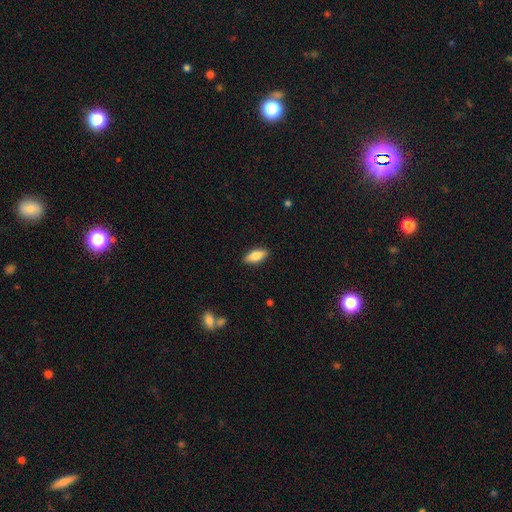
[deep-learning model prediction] Overall: smooth (75%). How rounded: in between (77%). Merging: none (88%).